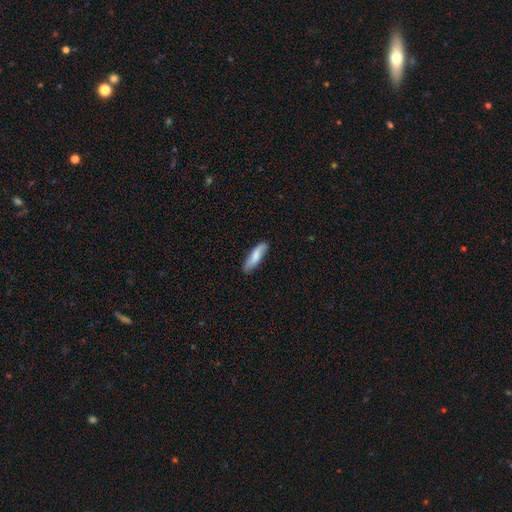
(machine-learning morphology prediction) A smooth galaxy with no disk features (76%) that is cigar-shaped (56%). Merging: none (81%).